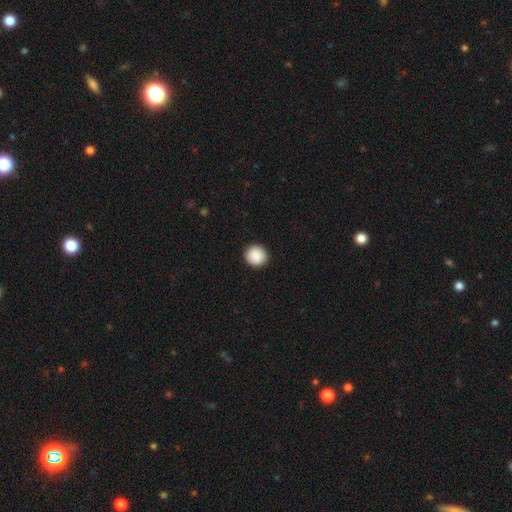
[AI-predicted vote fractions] Smooth or featured? smooth (90%)
How rounded? round (93%)
Merging? none (93%)